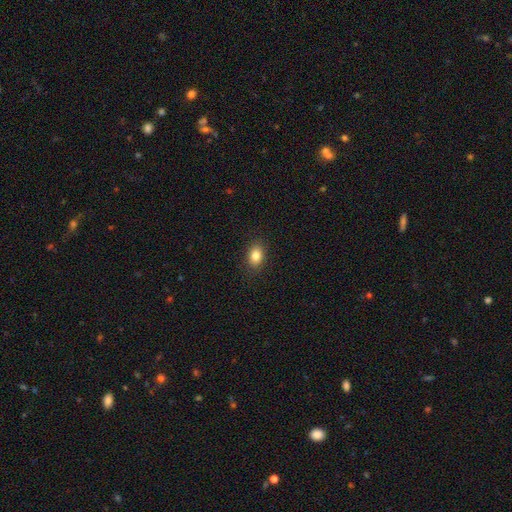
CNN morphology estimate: The model was most divided on "how rounded": in between: 76%, round: 23%, cigar-shaped: 1%. More confident: merging — none (88%); smooth or featured — smooth (84%).